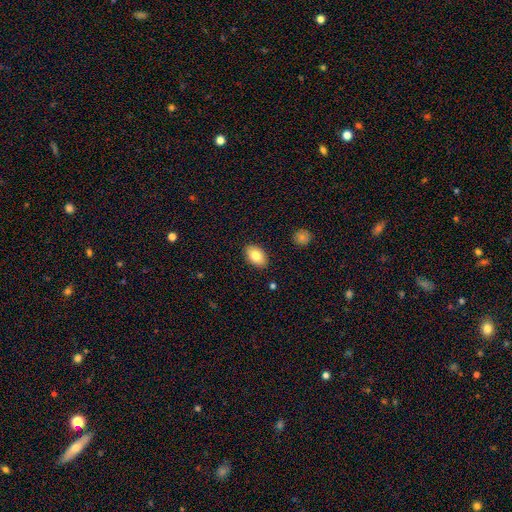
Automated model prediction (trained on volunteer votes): This is clearly a smooth galaxy (80%). How rounded: clearly in between (90%). Merging: clearly none (88%).